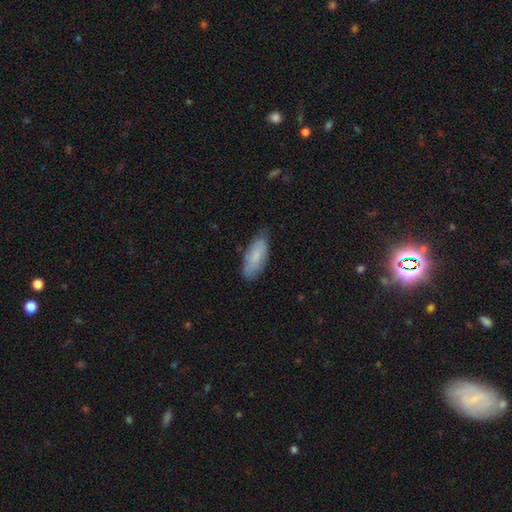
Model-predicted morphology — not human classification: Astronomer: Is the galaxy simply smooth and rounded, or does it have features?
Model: smooth — 80%.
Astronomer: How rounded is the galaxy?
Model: in between — 80%.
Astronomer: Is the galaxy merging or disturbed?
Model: none — 73%.